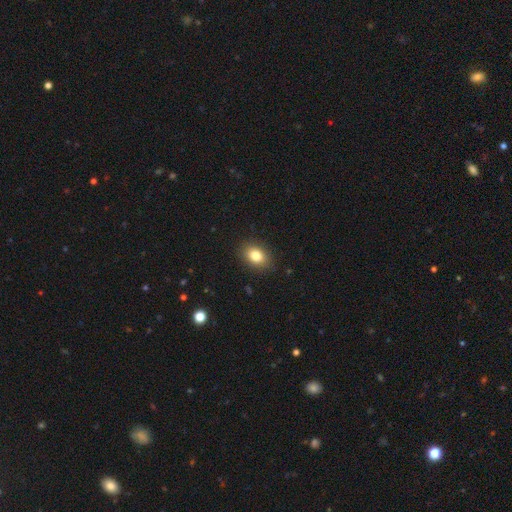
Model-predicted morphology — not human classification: This appears to be a smooth galaxy with no disk features (83%) that is in between round and cigar-shaped (73%). Merging: none (87%).